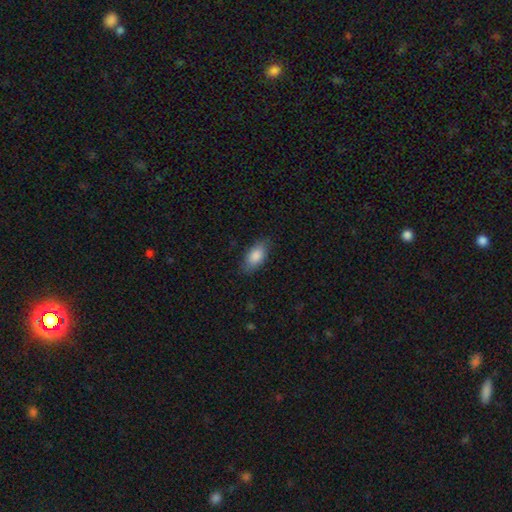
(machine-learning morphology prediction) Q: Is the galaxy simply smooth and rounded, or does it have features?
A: smooth — 86%.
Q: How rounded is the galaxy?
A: in between — 91%.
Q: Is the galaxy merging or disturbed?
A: none — 83%.